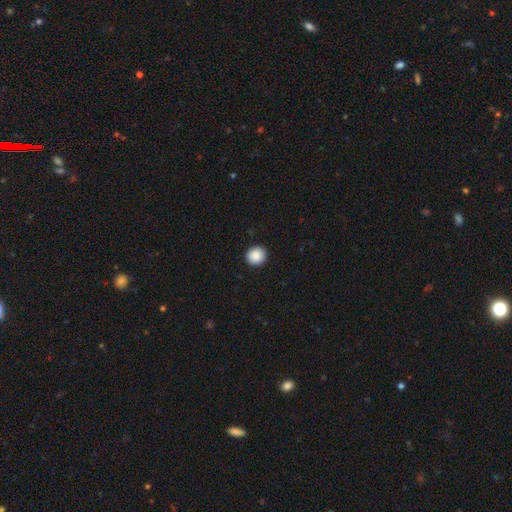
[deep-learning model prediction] Q: Smooth or featured?
A: smooth (89%); runner-up: star or artifact (8%)
Q: How rounded?
A: round (91%); runner-up: in between (8%)
Q: Merging?
A: none (93%); runner-up: minor disturbance (5%)